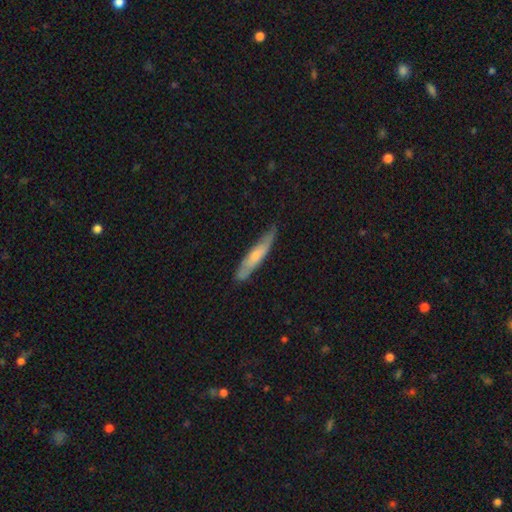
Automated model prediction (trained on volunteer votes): Smooth or featured?
  - smooth: 56% *
  - featured or disk: 39%
  - star or artifact: 5%
How rounded?
  - cigar-shaped: 89% *
  - in between: 10%
  - round: 1%
Merging?
  - none: 73% *
  - minor disturbance: 22%
  - major disturbance: 3%
  - merger: 2%